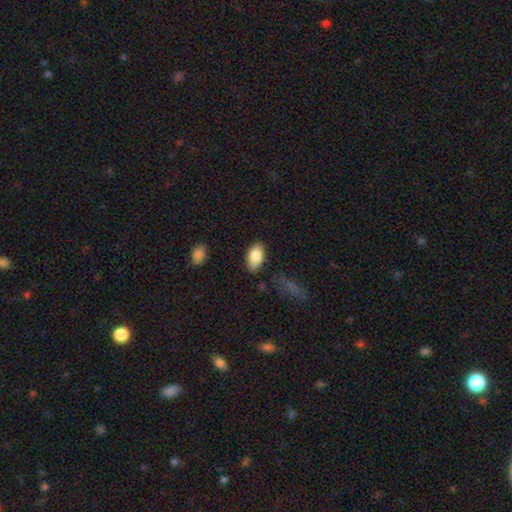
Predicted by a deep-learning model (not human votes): This appears to be a smooth galaxy with no disk features (85%) that is in between round and cigar-shaped (93%). Merging: none (82%).